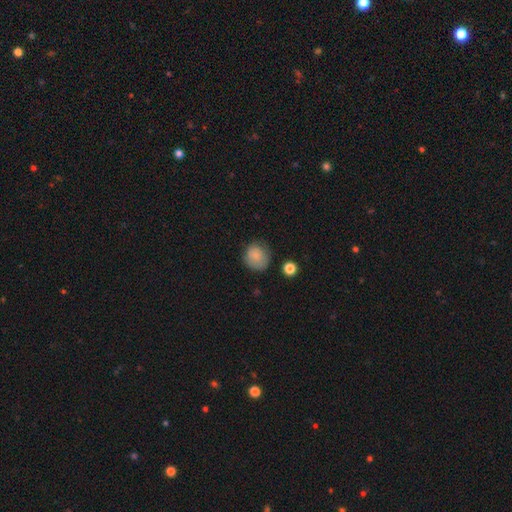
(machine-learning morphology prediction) Smooth or featured? Predicted: smooth (p=0.82). How rounded? Predicted: round (p=0.82). Merging? Predicted: none (p=0.70).